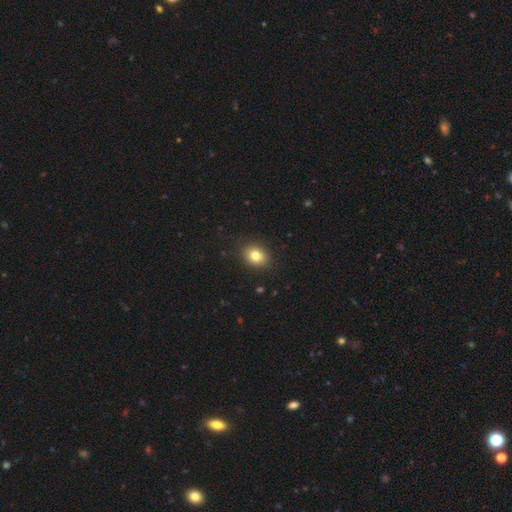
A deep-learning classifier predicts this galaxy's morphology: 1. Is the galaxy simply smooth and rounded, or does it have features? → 80% smooth, 11% star or artifact, 9% featured or disk.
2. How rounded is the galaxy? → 51% in between, 48% round, 1% cigar-shaped.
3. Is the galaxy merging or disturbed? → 88% none, 9% minor disturbance, 2% major disturbance, 1% merger.